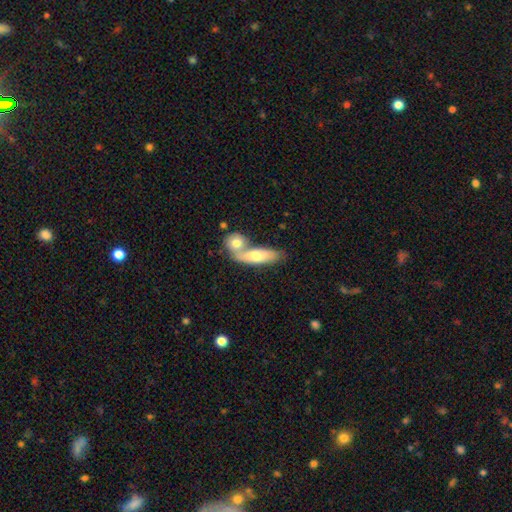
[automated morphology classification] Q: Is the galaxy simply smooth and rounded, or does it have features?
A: smooth — 65%.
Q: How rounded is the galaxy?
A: in between — 54%.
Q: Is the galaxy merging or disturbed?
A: merger — 54%.